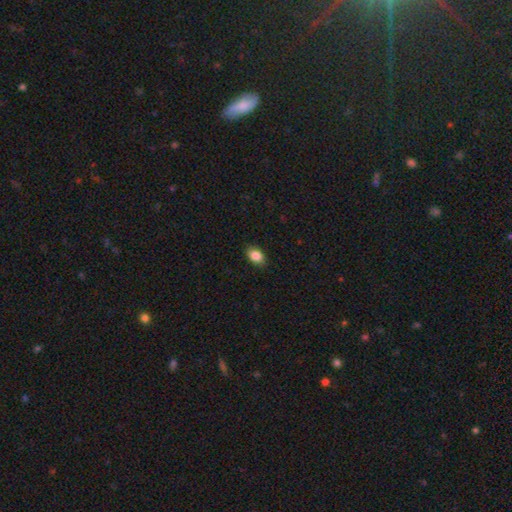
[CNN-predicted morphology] type=smooth (87%); roundness=in between (83%); merging=none (87%).